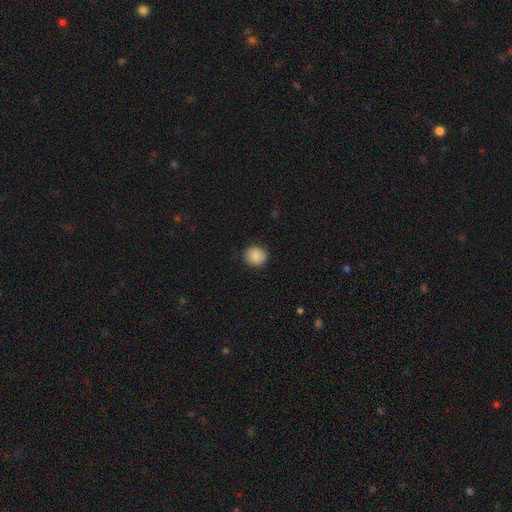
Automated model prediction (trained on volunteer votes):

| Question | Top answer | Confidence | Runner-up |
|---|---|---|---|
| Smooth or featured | smooth | 87% | star or artifact (8%) |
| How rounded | round | 85% | in between (14%) |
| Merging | none | 87% | minor disturbance (9%) |